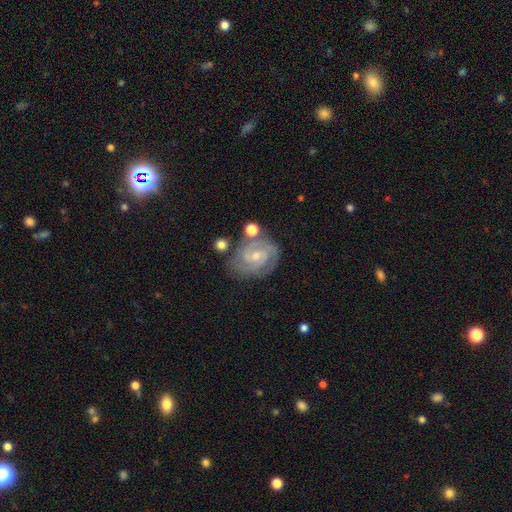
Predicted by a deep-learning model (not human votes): Smooth or featured: featured or disk — 85% (smooth — 9%)
Edge-on disk: no — 98% (yes — 2%)
Bar: no — 48% (weak — 42%)
Spiral arms: yes — 97% (no — 3%)
Spiral winding: tight — 68% (medium — 28%)
Spiral arm count: 2 — 52% (3 — 23%)
Bulge size: small — 66% (moderate — 28%)
Merging: none — 70% (minor disturbance — 17%)